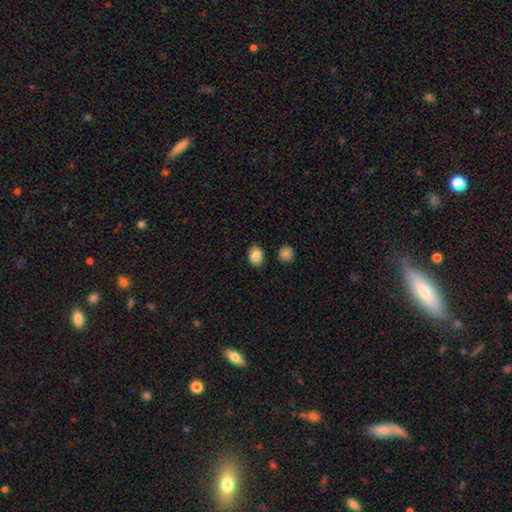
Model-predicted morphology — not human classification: Smooth or featured?
  - smooth: 86% *
  - star or artifact: 9%
  - featured or disk: 5%
How rounded?
  - in between: 65% *
  - round: 33%
  - cigar-shaped: 1%
Merging?
  - none: 83% *
  - minor disturbance: 11%
  - merger: 3%
  - major disturbance: 3%